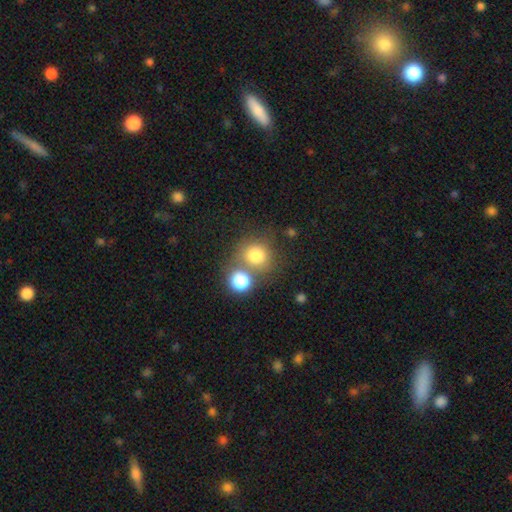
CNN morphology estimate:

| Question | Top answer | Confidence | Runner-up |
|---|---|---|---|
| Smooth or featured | smooth | 77% | star or artifact (13%) |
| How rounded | round | 86% | in between (13%) |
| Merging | none | 52% | merger (34%) |